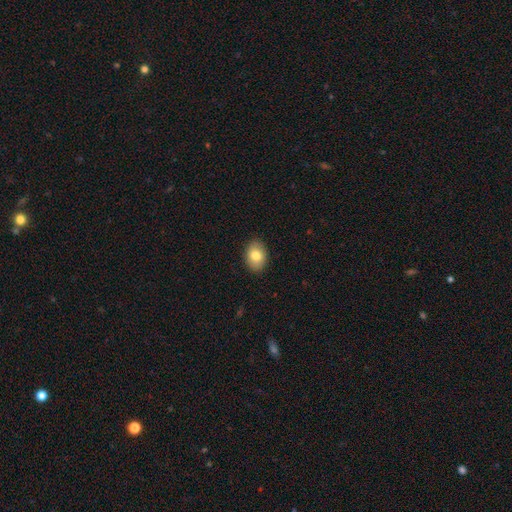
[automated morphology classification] Smooth or featured? Predicted: smooth (p=0.80). How rounded? Predicted: in between (p=0.80). Merging? Predicted: none (p=0.89).